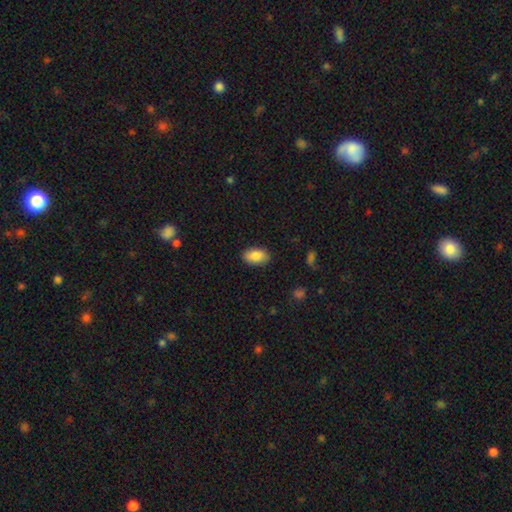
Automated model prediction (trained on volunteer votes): This is clearly a smooth galaxy (84%). How rounded: clearly in between (92%). Merging: clearly none (85%).